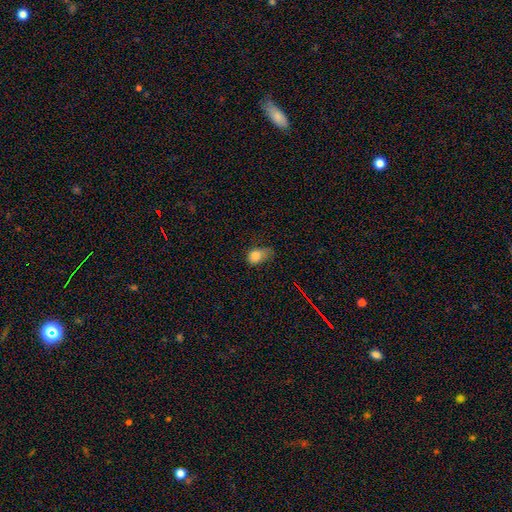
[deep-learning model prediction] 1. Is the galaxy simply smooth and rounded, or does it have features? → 79% smooth, 12% star or artifact, 9% featured or disk.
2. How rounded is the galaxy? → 69% in between, 29% round, 2% cigar-shaped.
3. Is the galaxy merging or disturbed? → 43% minor disturbance, 27% none, 27% major disturbance, 3% merger.